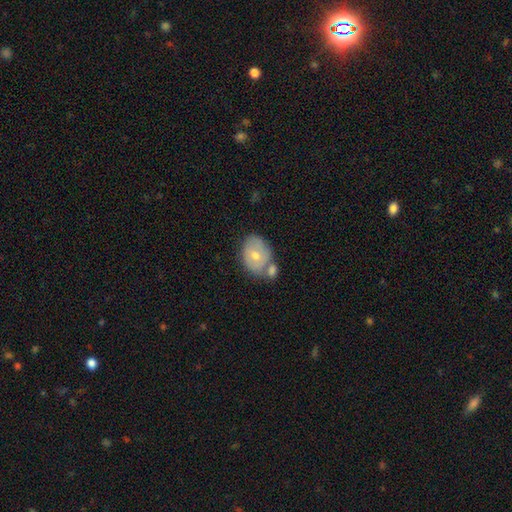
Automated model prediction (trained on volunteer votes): This appears to be a smooth galaxy with no disk features (60%) that is in between round and cigar-shaped (67%). Merging: none (42%).